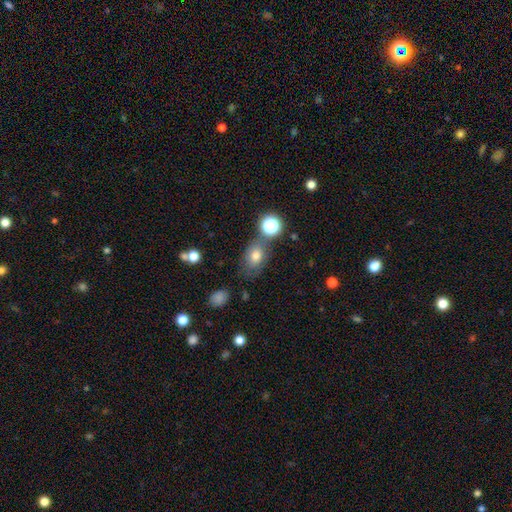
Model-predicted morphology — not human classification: The model was most divided on "how rounded": in between: 71%, round: 28%, cigar-shaped: 1%. More confident: smooth or featured — smooth (73%); merging — none (61%).